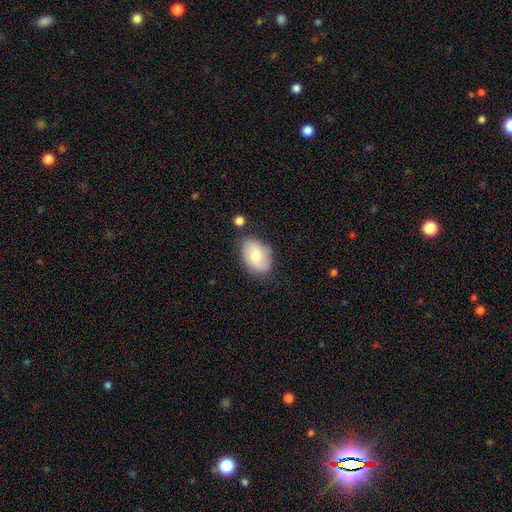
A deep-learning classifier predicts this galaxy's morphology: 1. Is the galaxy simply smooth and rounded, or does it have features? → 73% smooth, 20% featured or disk, 7% star or artifact.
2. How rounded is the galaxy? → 82% in between, 17% round, 1% cigar-shaped.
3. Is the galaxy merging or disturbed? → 73% none, 19% minor disturbance, 4% major disturbance, 4% merger.